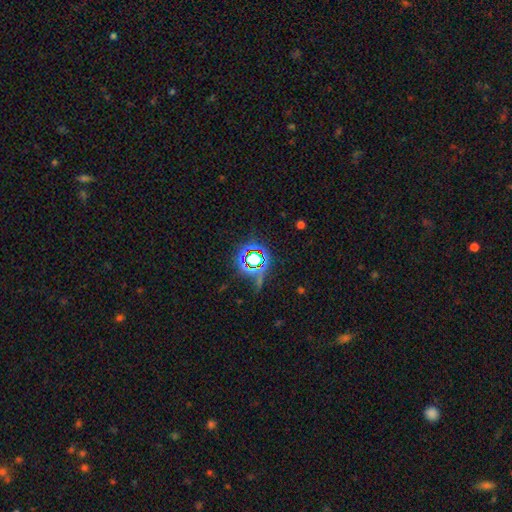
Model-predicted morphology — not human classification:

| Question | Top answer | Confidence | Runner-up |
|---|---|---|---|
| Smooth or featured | star or artifact | 77% | smooth (13%) |